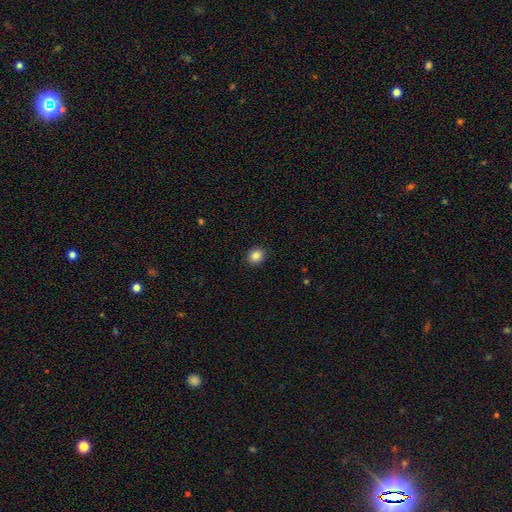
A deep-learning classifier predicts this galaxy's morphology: This is clearly a smooth galaxy (87%). How rounded: likely round (62%). Merging: clearly none (91%).